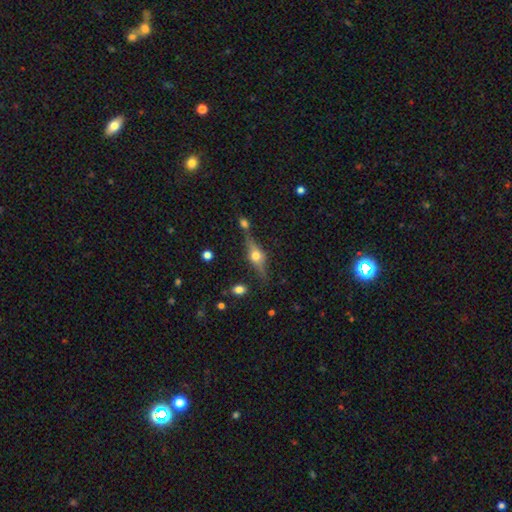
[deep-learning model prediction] Smooth or featured: featured or disk — 70% (smooth — 21%)
Edge-on disk: yes — 93% (no — 7%)
Edge-on bulge: rounded — 95% (boxy — 3%)
Merging: none — 72% (minor disturbance — 14%)